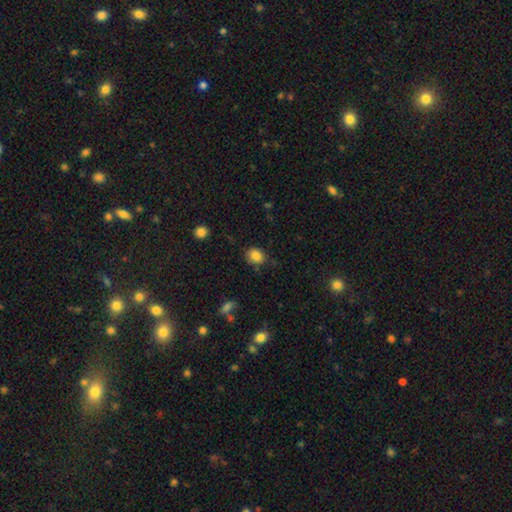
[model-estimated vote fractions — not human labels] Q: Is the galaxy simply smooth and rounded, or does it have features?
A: smooth — 84%.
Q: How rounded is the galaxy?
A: round — 52%.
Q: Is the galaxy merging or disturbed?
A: none — 76%.